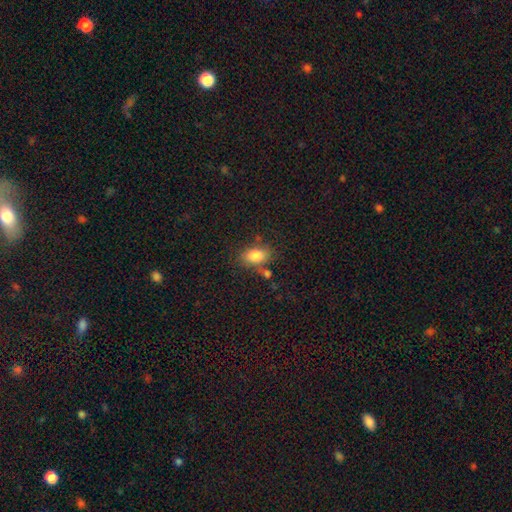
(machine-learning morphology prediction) Smooth or featured? Predicted: smooth (p=0.83). How rounded? Predicted: in between (p=0.84). Merging? Predicted: none (p=0.66).